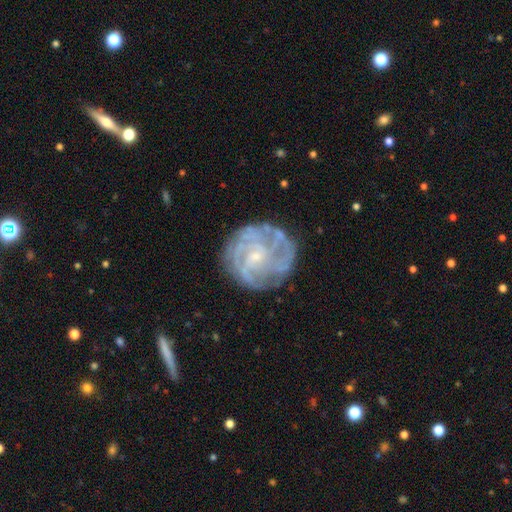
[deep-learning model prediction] Morphology: type=featured or disk (83%); edge-on=no (97%); bar=no (63%); spiral arms=yes (92%); winding=tight (63%); arm count=can't tell (32%); bulge=small (76%); merging=none (76%).